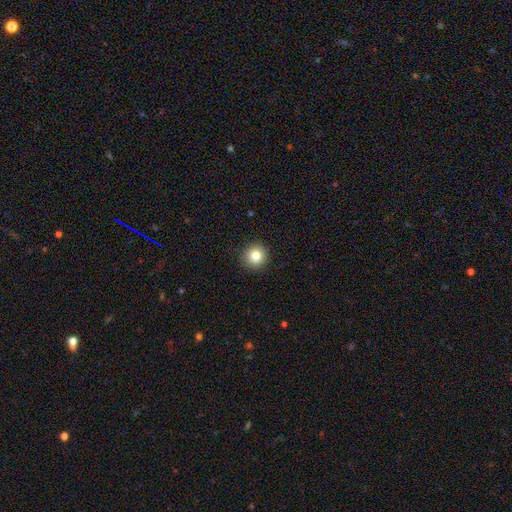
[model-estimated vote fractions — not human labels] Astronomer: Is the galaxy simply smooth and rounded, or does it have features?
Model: smooth — 81%.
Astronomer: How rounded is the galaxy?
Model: round — 94%.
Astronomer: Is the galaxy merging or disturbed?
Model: none — 92%.